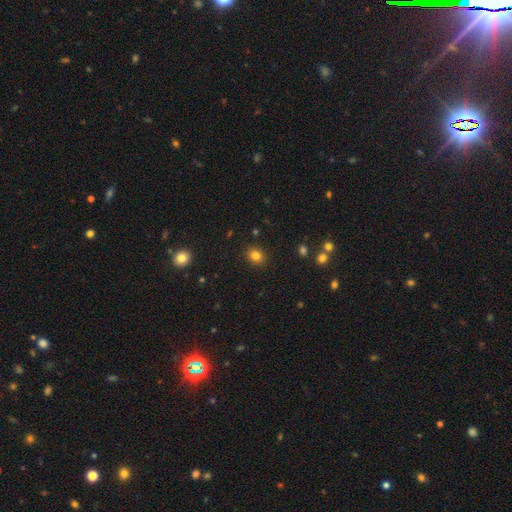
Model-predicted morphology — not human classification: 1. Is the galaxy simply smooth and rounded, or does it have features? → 81% smooth, 13% star or artifact, 6% featured or disk.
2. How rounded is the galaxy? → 67% round, 32% in between, 1% cigar-shaped.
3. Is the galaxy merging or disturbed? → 89% none, 7% minor disturbance, 2% major disturbance, 2% merger.